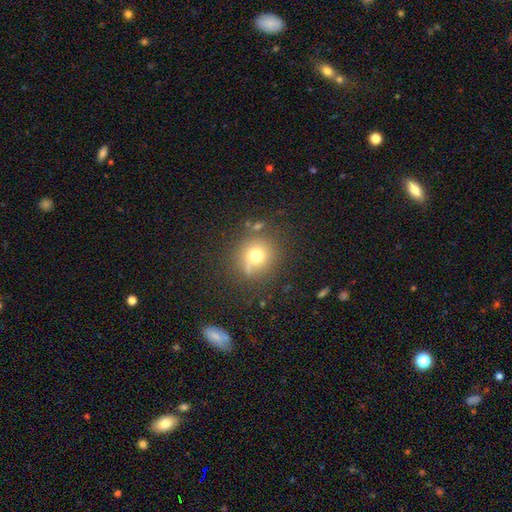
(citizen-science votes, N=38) This is clearly a smooth galaxy (82%). How rounded: clearly round (94%). Merging: likely none (74%).